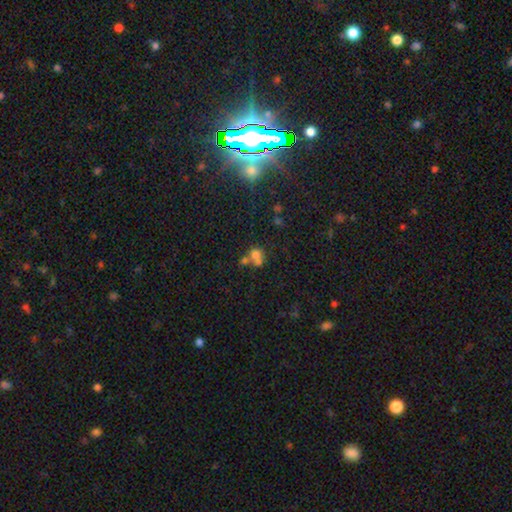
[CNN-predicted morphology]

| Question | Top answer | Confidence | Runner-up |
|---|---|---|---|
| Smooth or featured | smooth | 65% | star or artifact (18%) |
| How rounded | round | 76% | in between (23%) |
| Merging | merger | 52% | none (36%) |